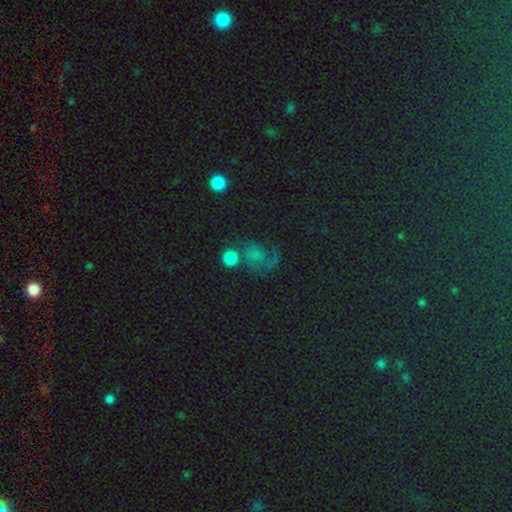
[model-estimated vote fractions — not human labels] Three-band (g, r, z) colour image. It shows a smooth galaxy with no disk features (39%). Merging: none (41%).